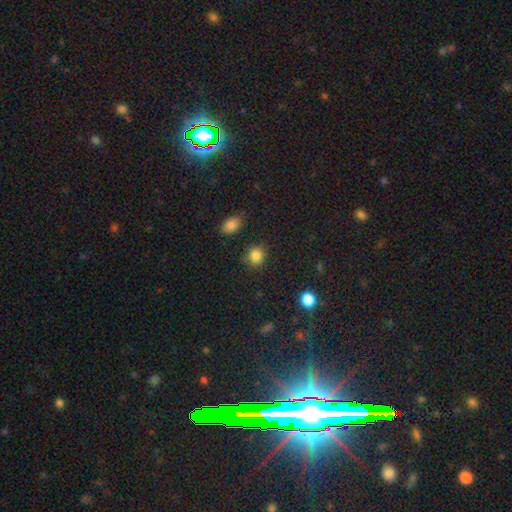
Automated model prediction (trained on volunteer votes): Overall: smooth (85%). How rounded: round (83%). Merging: none (83%).